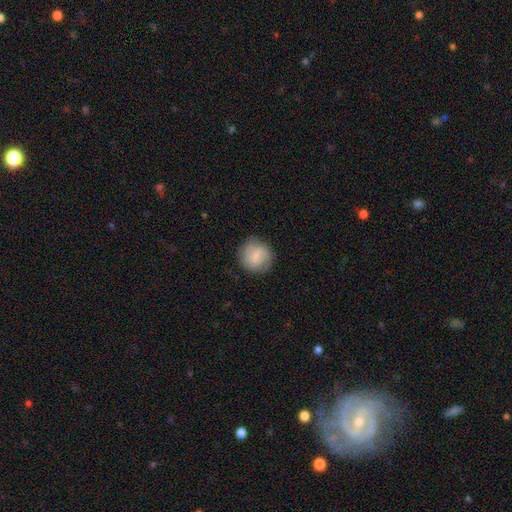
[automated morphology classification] smooth 73%, featured or disk 20%, star or artifact 7%. Down the decision tree: how rounded — round (88%); merging — none (80%).